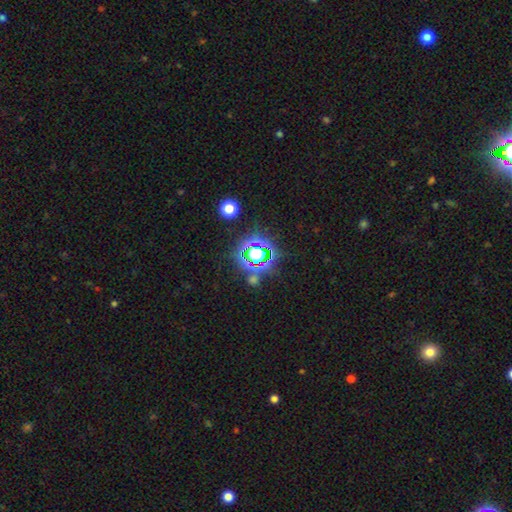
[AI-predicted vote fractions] Smooth or featured? star or artifact (66%)